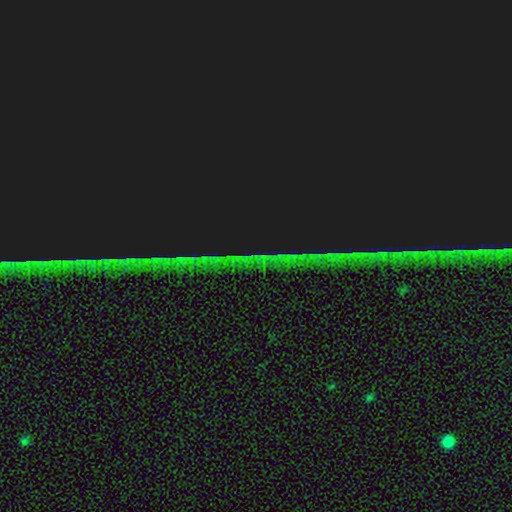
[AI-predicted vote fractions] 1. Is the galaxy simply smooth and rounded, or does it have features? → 85% star or artifact, 8% featured or disk, 7% smooth.